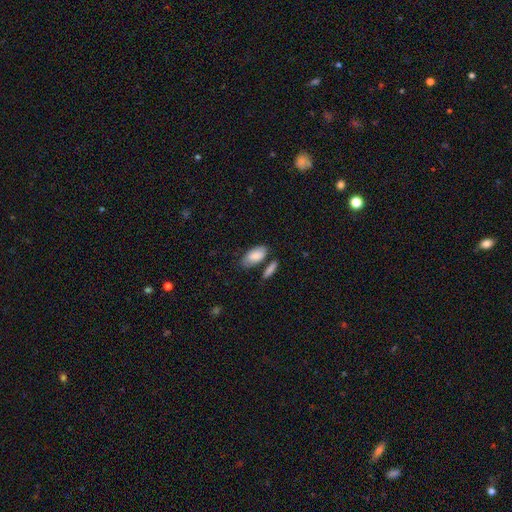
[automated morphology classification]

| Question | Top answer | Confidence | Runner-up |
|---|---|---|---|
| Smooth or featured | smooth | 85% | featured or disk (10%) |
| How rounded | in between | 92% | cigar-shaped (6%) |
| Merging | none | 66% | minor disturbance (18%) |